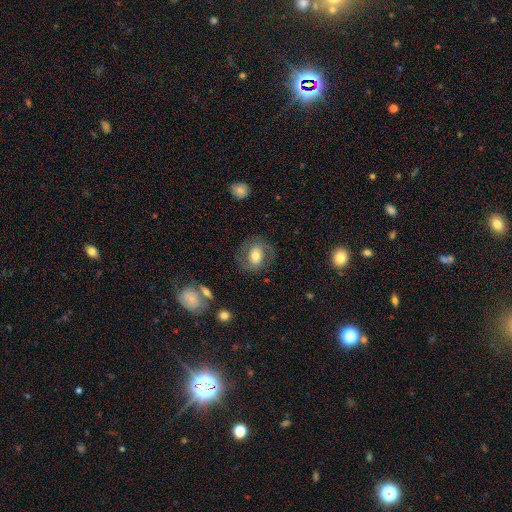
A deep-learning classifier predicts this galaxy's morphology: This is possibly a featured or disk galaxy (51%). It is clearly not viewed edge-on (96%). Merging: likely none (76%).